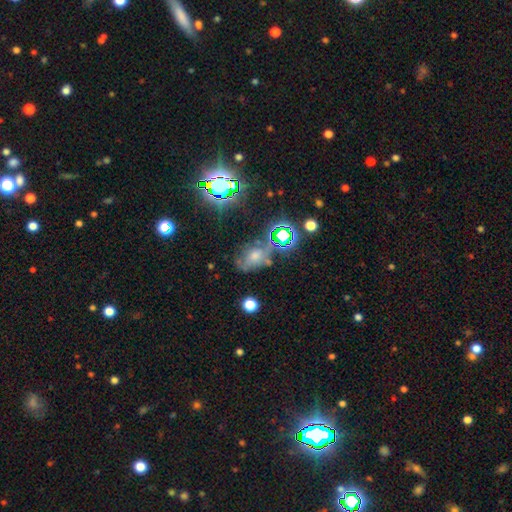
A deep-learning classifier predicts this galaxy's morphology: This is possibly a star or artifact rather than a galaxy (45%).